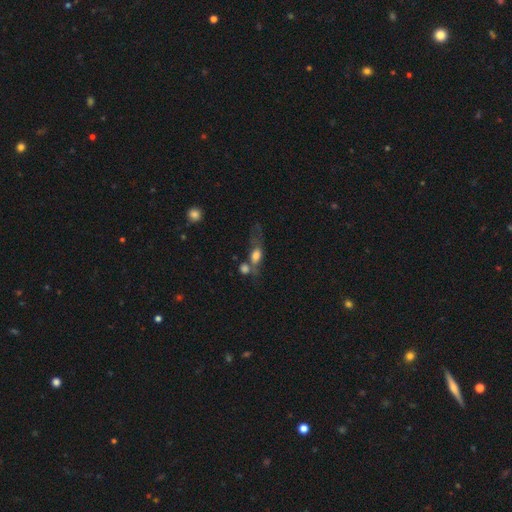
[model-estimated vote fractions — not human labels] Smooth or featured? Predicted: smooth (p=0.64). How rounded? Predicted: in between (p=0.67). Merging? Predicted: merger (p=0.42).